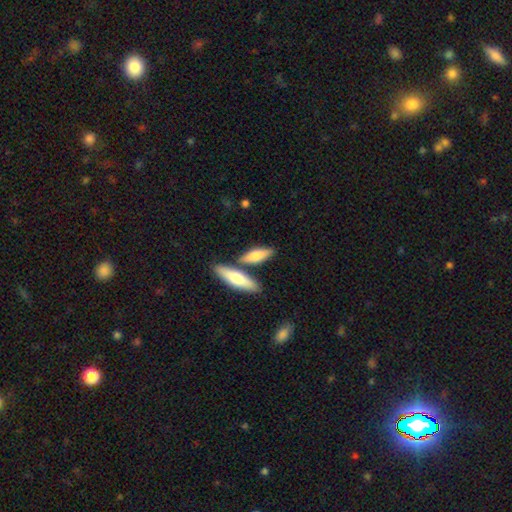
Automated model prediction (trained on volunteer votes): A smooth galaxy with no disk features (70%) that is cigar-shaped (49%). Merging: none (64%).